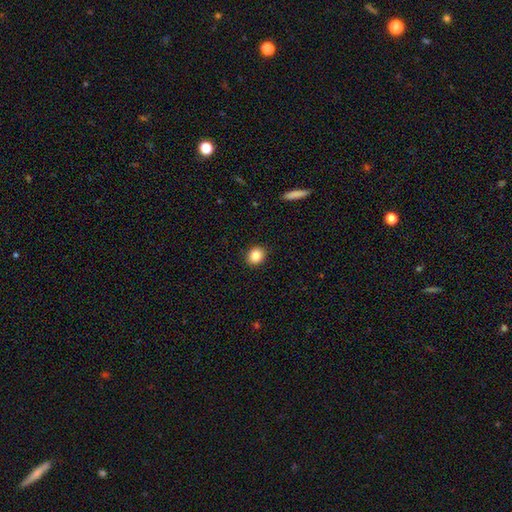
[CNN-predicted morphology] A smooth galaxy with no disk features (85%) that is round (73%).

Vote fractions:
- Smooth or featured? smooth: 85% / star or artifact: 10% / featured or disk: 6%
- How rounded? round: 73% / in between: 26% / cigar-shaped: 1%
- Merging? none: 92% / minor disturbance: 5% / major disturbance: 2% / merger: 1%